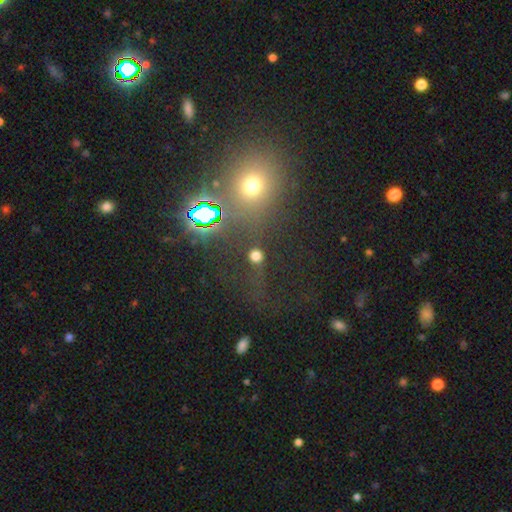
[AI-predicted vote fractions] This appears to be a smooth galaxy with no disk features (65%) that is round (84%). Merging: none (69%).